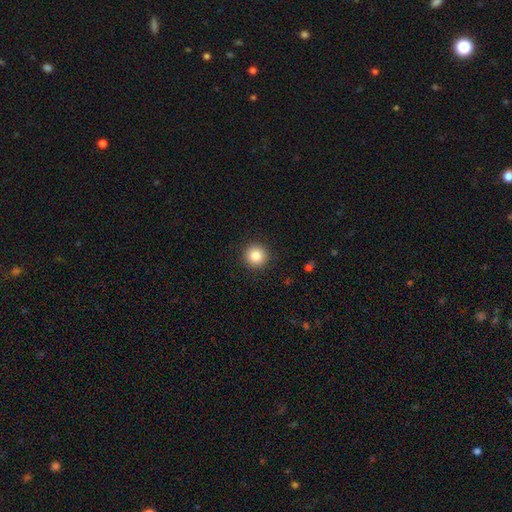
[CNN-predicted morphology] A smooth galaxy with no disk features (85%) that is round (95%). Merging: none (92%).